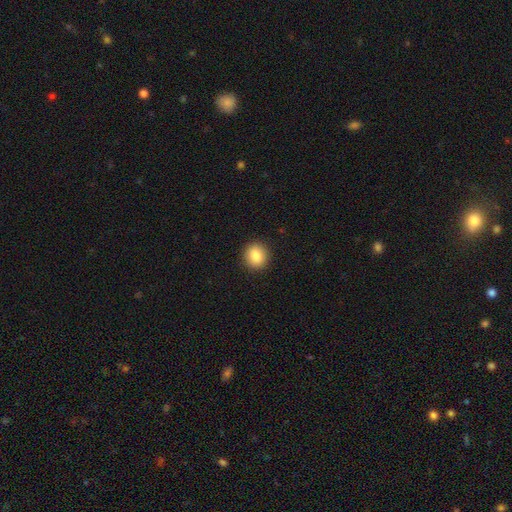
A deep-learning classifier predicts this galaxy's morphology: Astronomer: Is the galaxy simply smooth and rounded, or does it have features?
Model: smooth — 86%.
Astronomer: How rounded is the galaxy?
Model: round — 78%.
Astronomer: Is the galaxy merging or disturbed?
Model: none — 91%.